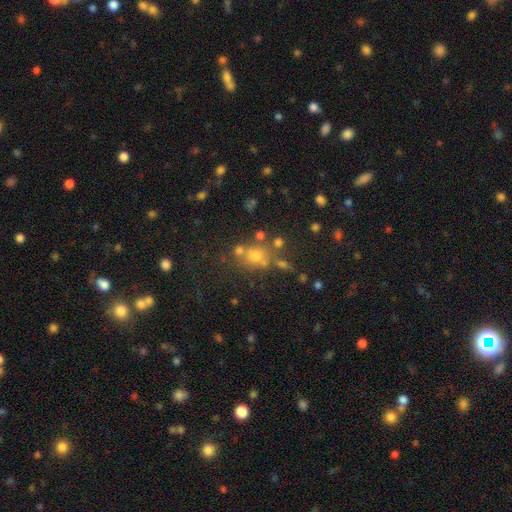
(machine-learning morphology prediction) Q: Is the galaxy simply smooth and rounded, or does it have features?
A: smooth — 58%.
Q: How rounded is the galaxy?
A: round — 72%.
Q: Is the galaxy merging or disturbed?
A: none — 59%.